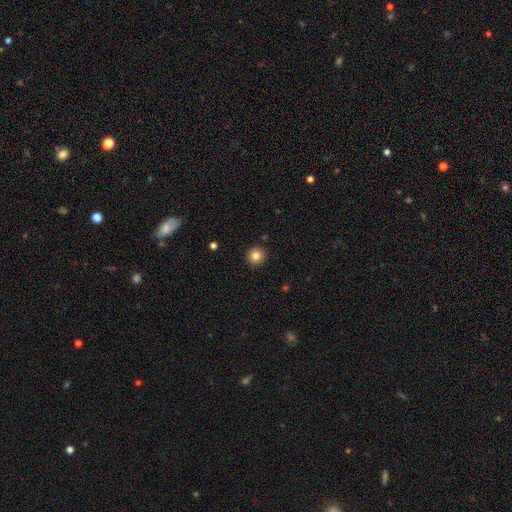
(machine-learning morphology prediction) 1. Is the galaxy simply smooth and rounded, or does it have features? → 83% smooth, 11% star or artifact, 6% featured or disk.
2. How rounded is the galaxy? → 94% round, 5% in between, 1% cigar-shaped.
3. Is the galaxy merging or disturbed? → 92% none, 5% minor disturbance, 2% major disturbance, 1% merger.